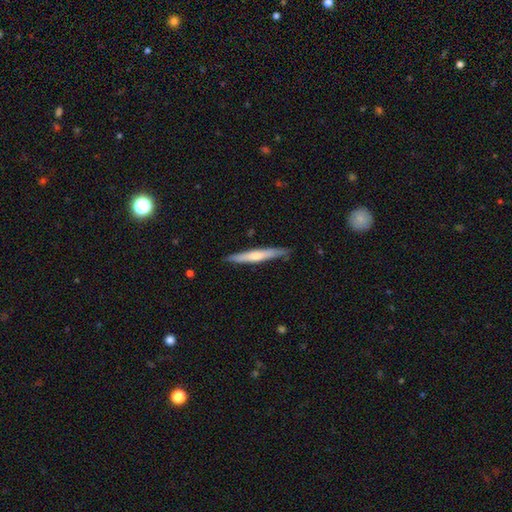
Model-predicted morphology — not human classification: Smooth or featured: smooth — 50% (featured or disk — 45%)
Merging: none — 87% (minor disturbance — 10%)